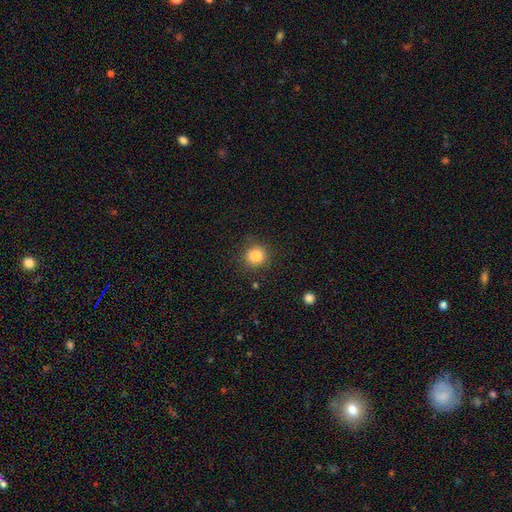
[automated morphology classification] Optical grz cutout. It shows a smooth galaxy with no disk features (85%) that is round (88%). Merging: none (84%).